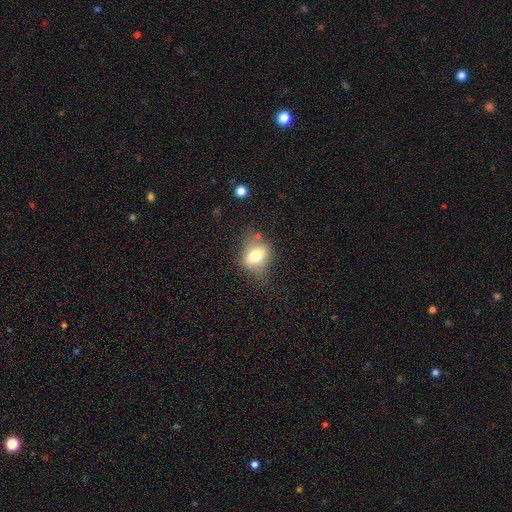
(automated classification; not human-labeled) A smooth galaxy with no disk features (65%) that is in between round and cigar-shaped (68%).

Vote fractions:
- Smooth or featured? smooth: 65% / featured or disk: 25% / star or artifact: 9%
- How rounded? in between: 68% / round: 29% / cigar-shaped: 3%
- Merging? none: 63% / minor disturbance: 23% / major disturbance: 10% / merger: 4%